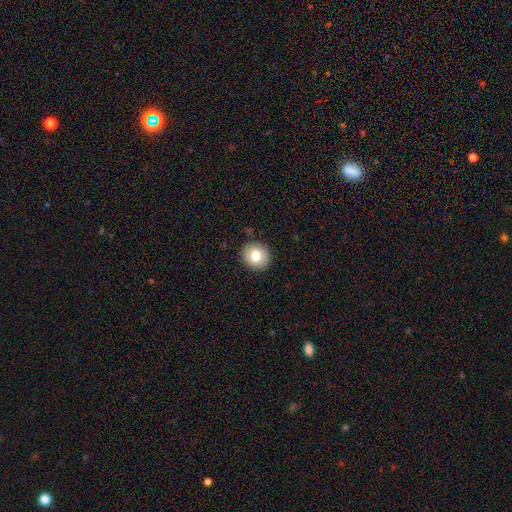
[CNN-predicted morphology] Overall: smooth (79%). How rounded: round (84%). Merging: none (91%).